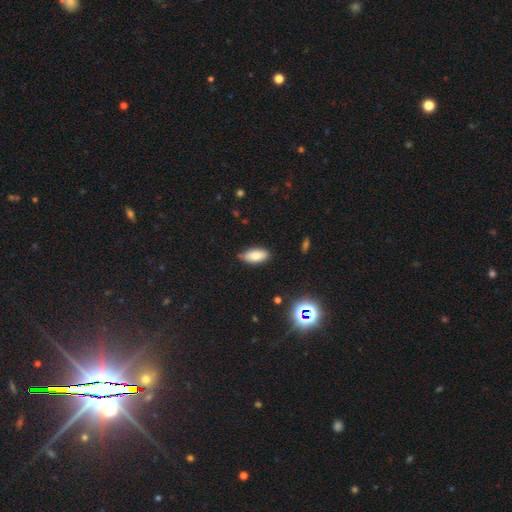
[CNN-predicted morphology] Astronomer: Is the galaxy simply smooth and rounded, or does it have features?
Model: smooth — 81%.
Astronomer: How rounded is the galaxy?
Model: in between — 89%.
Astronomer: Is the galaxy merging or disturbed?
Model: none — 78%.